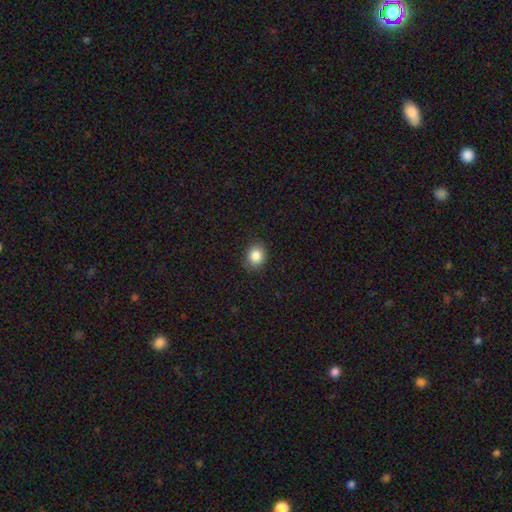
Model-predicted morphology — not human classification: Smooth or featured? smooth (85%)
How rounded? round (64%)
Merging? none (84%)